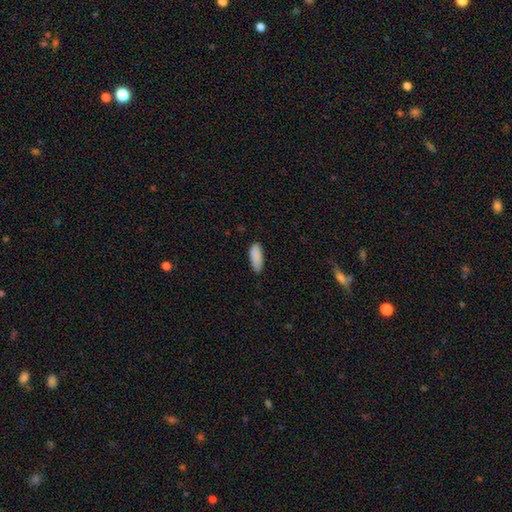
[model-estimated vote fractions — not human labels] smooth_or_featured: smooth (p=0.88) [alt: star or artifact p=0.07]
how_rounded: in between (p=0.77) [alt: cigar-shaped p=0.21]
merging: none (p=0.75) [alt: minor disturbance p=0.20]